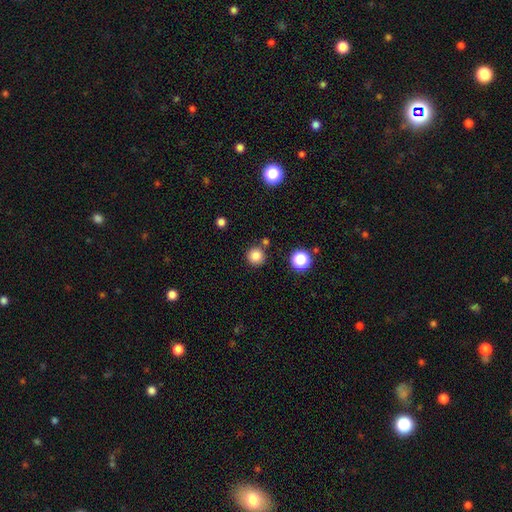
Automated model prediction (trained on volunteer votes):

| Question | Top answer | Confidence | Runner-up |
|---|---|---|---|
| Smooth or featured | smooth | 82% | star or artifact (13%) |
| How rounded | round | 95% | in between (4%) |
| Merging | none | 83% | minor disturbance (7%) |